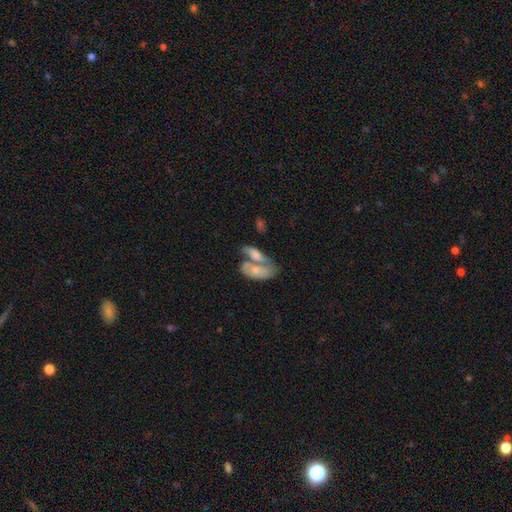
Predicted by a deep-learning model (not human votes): Smooth or featured: smooth — 52% (featured or disk — 40%)
How rounded: in between — 87% (cigar-shaped — 7%)
Merging: merger — 63% (none — 20%)